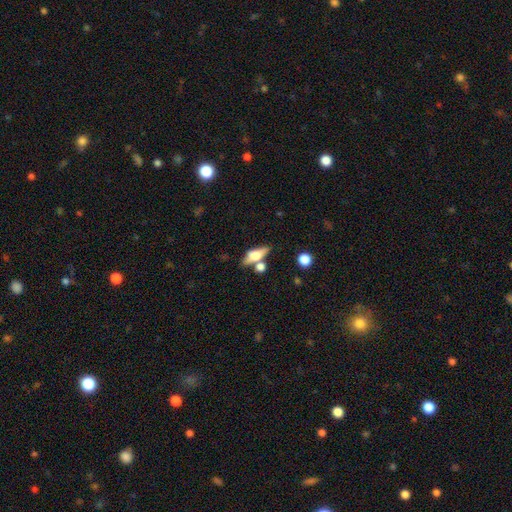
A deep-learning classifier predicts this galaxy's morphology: Overall: smooth (49%; featured or disk 43%). Merging: none (61%).